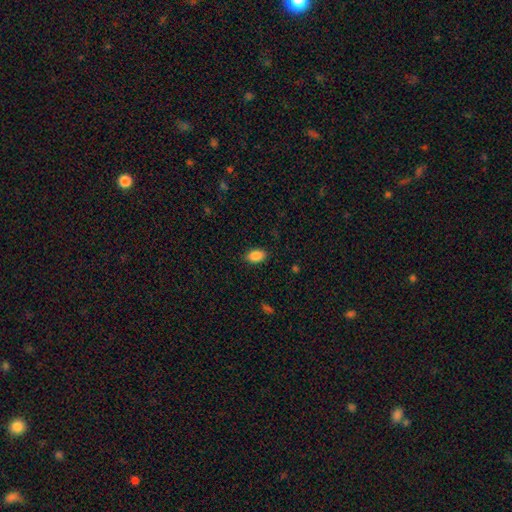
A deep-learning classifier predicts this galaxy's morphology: smooth 88%, star or artifact 8%, featured or disk 4%. Down the decision tree: how rounded — in between (90%); merging — none (87%).